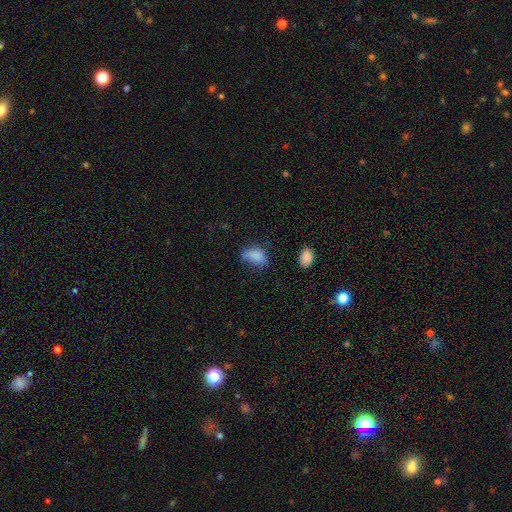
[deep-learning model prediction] This is clearly a smooth galaxy (81%). How rounded: clearly in between (87%). Merging: marginally none (41%).